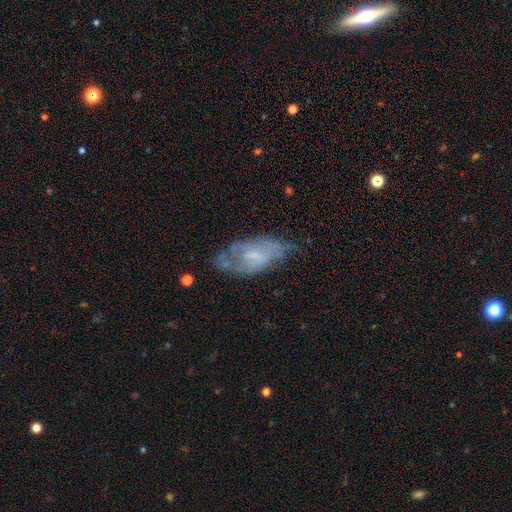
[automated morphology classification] featured or disk 62%, smooth 30%, star or artifact 8%. Down the decision tree: edge-on disk — no (92%); bar — no (44%, tied with weak); spiral arms — yes (62%); bulge size — small (38%); merging — none (49%).